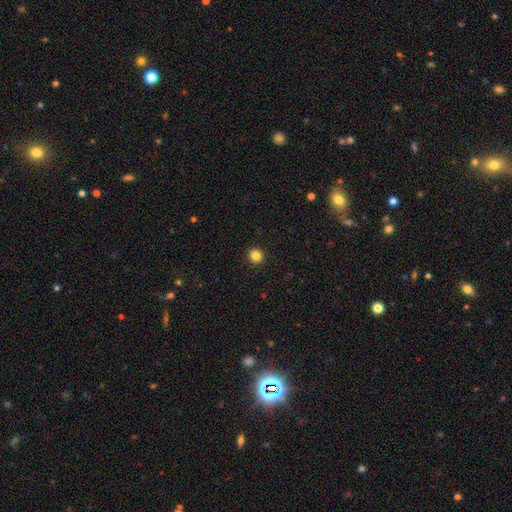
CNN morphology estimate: This is clearly a smooth galaxy (85%). How rounded: clearly round (93%). Merging: clearly none (94%).